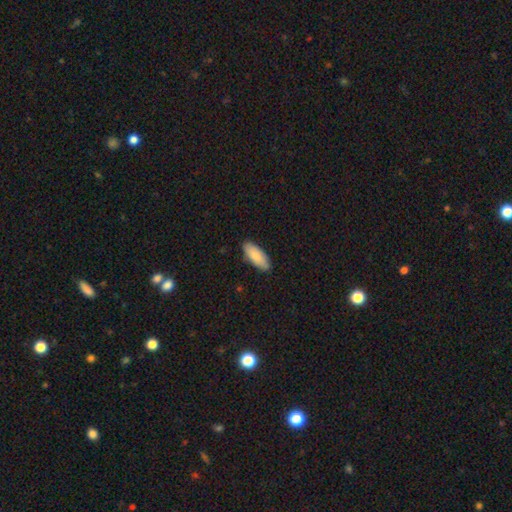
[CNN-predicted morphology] A smooth galaxy with no disk features (84%) that is in between round and cigar-shaped (80%). Merging: none (86%).